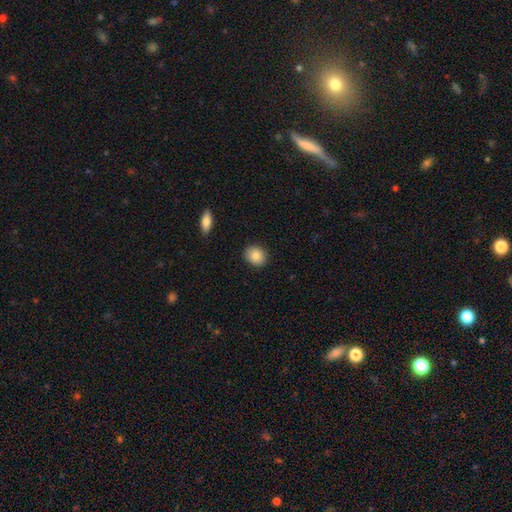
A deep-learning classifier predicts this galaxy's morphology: type=smooth (86%); roundness=round (59%); merging=none (90%).